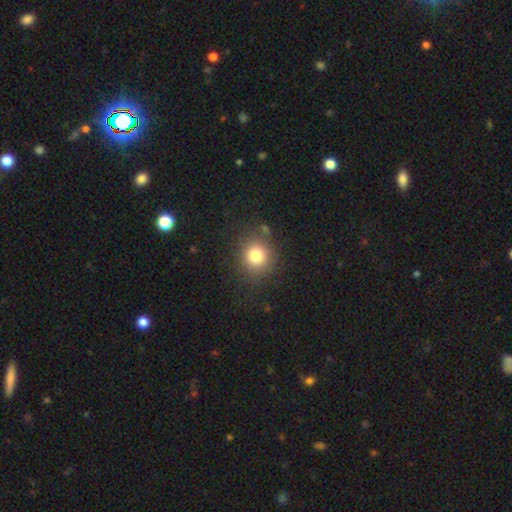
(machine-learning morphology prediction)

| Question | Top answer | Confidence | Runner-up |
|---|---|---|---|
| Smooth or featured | smooth | 80% | star or artifact (12%) |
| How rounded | round | 87% | in between (12%) |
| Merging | none | 81% | minor disturbance (11%) |